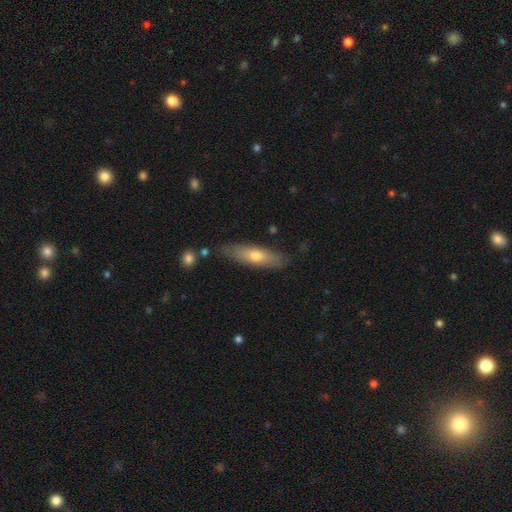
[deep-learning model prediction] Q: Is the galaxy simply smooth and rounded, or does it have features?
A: smooth — 60%.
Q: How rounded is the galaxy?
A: cigar-shaped — 61%.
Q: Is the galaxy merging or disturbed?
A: none — 78%.